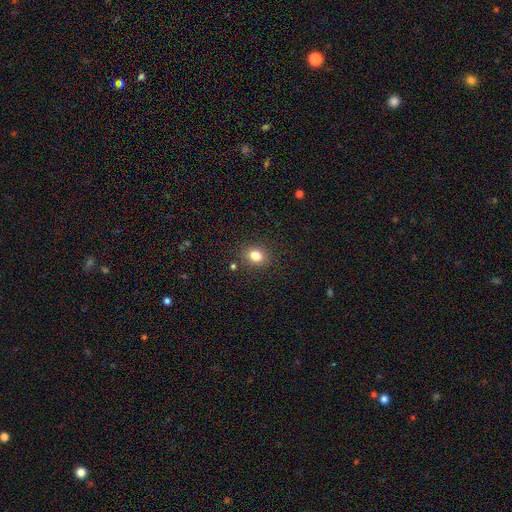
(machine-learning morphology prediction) Smooth or featured? smooth (81%)
How rounded? round (62%)
Merging? none (86%)